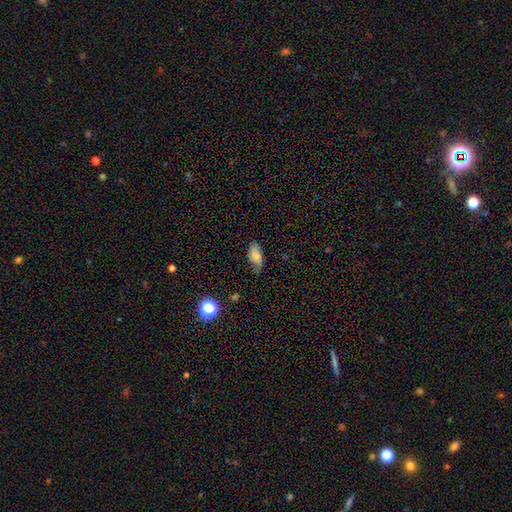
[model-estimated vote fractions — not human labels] smooth 76%, featured or disk 15%, star or artifact 9%. Down the decision tree: how rounded — in between (91%); merging — none (61%).